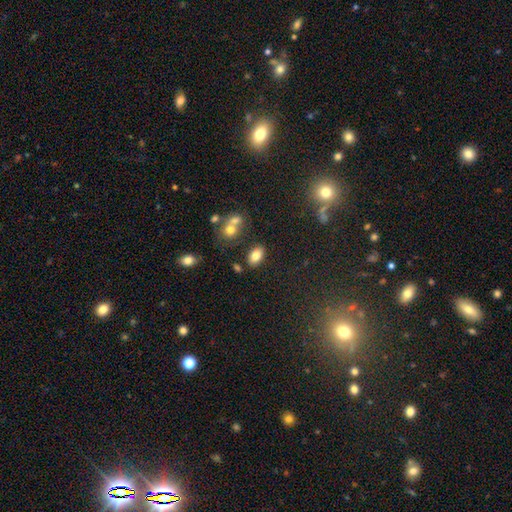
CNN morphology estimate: type=smooth (79%); roundness=in between (90%); merging=none (79%).